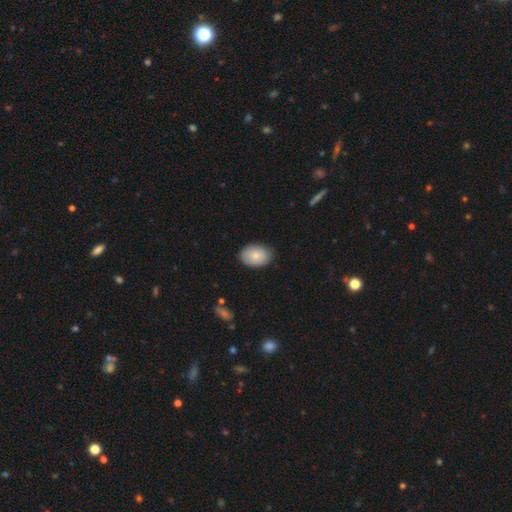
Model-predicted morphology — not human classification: The model was most divided on "how rounded": in between: 81%, round: 18%, cigar-shaped: 1%. More confident: merging — none (85%); smooth or featured — smooth (83%).